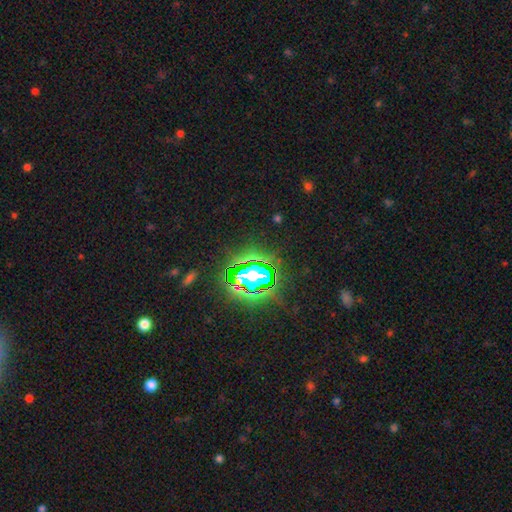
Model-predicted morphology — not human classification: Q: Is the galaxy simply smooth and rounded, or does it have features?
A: star or artifact — 83%.